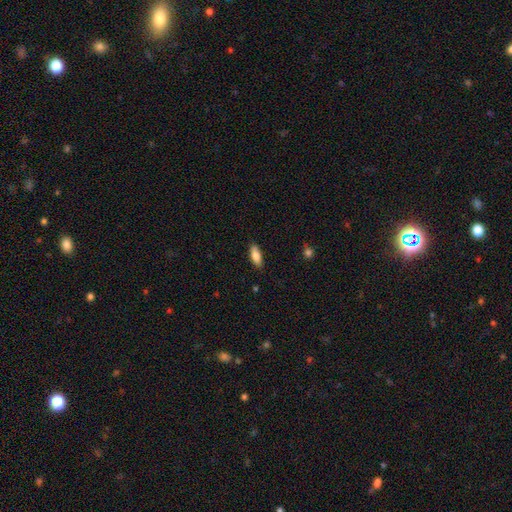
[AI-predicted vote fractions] Q: Smooth or featured?
A: smooth (82%); runner-up: featured or disk (11%)
Q: How rounded?
A: in between (75%); runner-up: cigar-shaped (23%)
Q: Merging?
A: none (85%); runner-up: minor disturbance (12%)